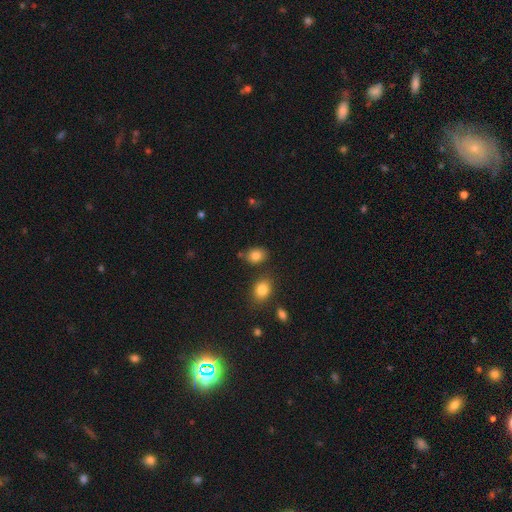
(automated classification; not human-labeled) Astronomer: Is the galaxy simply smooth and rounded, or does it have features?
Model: smooth — 83%.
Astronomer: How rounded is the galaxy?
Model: in between — 65%.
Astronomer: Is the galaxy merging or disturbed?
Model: none — 76%.